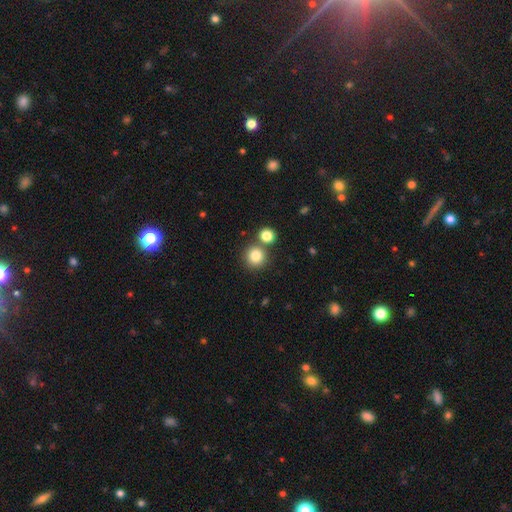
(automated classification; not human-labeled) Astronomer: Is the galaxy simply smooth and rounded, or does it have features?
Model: smooth — 82%.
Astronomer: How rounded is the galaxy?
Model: round — 92%.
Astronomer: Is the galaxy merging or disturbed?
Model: none — 73%.